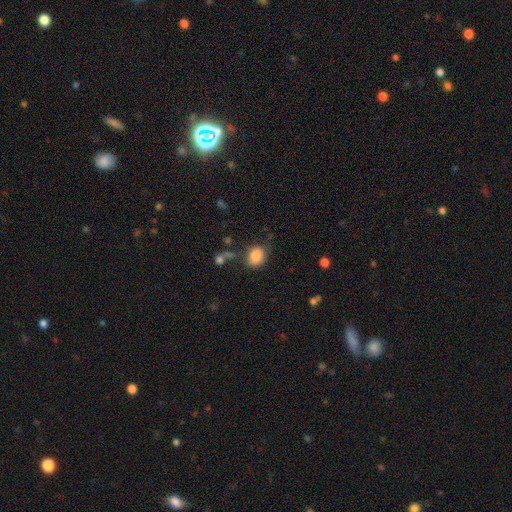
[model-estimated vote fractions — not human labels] Smooth or featured: smooth — 85% (star or artifact — 9%)
How rounded: round — 52% (in between — 47%)
Merging: none — 70% (minor disturbance — 17%)